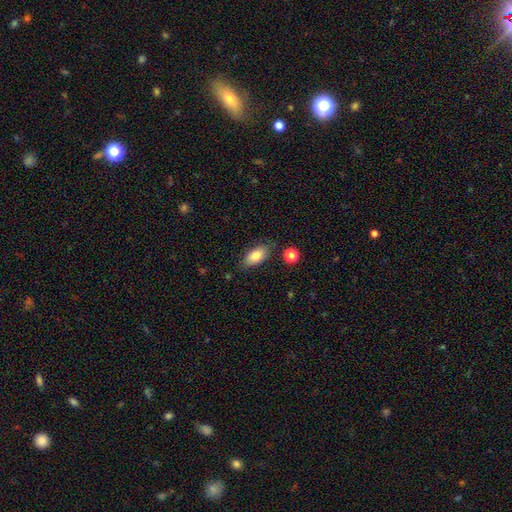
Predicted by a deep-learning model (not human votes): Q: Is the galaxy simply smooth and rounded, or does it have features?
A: smooth — 82%.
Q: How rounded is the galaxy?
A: in between — 91%.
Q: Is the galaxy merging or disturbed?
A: none — 79%.